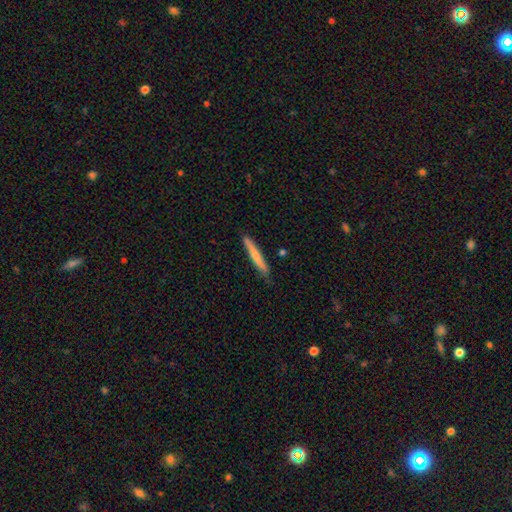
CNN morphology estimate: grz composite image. It shows a smooth galaxy with no disk features (62%) that is cigar-shaped (95%). Merging: none (84%).